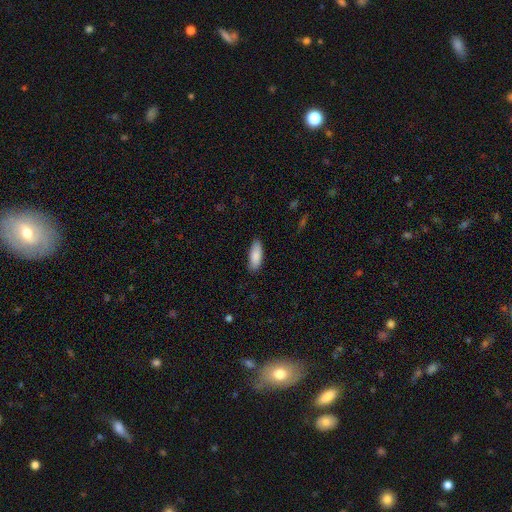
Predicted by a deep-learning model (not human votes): Smooth or featured? Predicted: smooth (p=0.89). How rounded? Predicted: in between (p=0.72). Merging? Predicted: none (p=0.86).